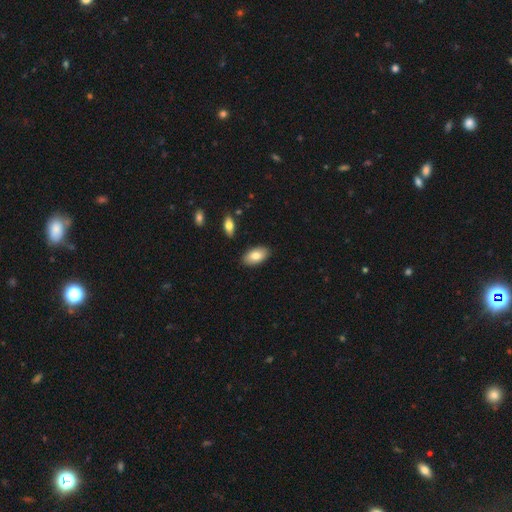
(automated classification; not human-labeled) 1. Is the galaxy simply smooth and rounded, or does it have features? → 80% smooth, 13% featured or disk, 6% star or artifact.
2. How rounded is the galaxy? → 94% in between, 3% round, 3% cigar-shaped.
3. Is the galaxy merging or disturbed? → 86% none, 10% minor disturbance, 2% merger, 2% major disturbance.